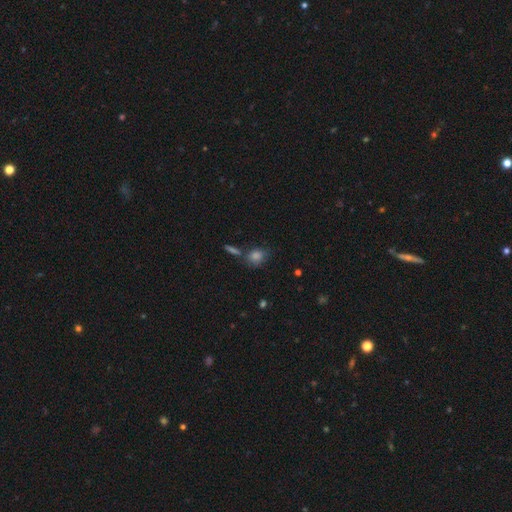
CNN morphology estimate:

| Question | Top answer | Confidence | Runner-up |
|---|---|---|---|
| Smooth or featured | smooth | 74% | star or artifact (17%) |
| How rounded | round | 51% | in between (46%) |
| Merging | none | 64% | minor disturbance (15%) |